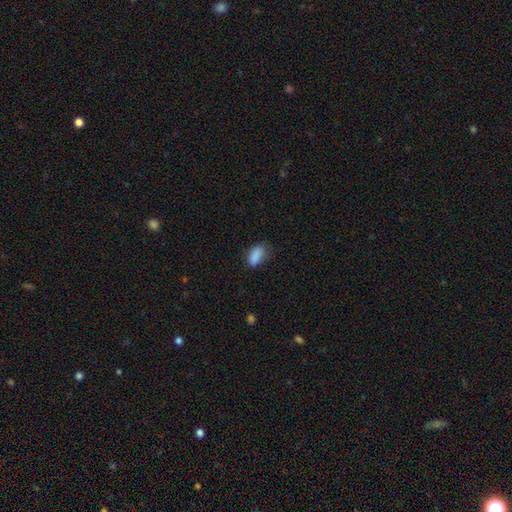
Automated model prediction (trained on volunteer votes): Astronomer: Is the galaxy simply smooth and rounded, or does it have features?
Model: smooth — 87%.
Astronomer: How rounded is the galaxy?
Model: in between — 90%.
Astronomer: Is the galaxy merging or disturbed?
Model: none — 67%.